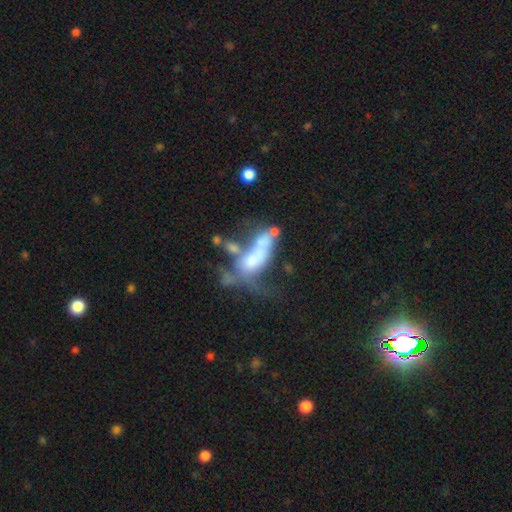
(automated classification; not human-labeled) Q: Smooth or featured?
A: featured or disk (46%); runner-up: smooth (41%)
Q: Merging?
A: merger (45%); runner-up: major disturbance (32%)